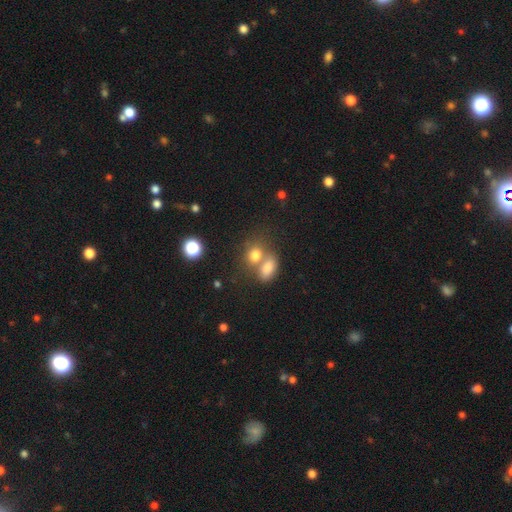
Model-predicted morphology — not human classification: A smooth galaxy with no disk features (75%) that is in between round and cigar-shaped (51%). Merging: merger (52%).